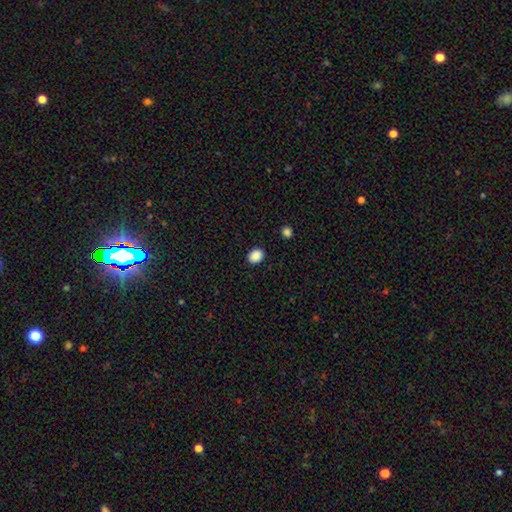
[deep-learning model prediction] Smooth or featured?
  - smooth: 89% *
  - star or artifact: 9%
  - featured or disk: 3%
How rounded?
  - in between: 54% *
  - round: 45%
  - cigar-shaped: 1%
Merging?
  - none: 90% *
  - minor disturbance: 7%
  - major disturbance: 2%
  - merger: 1%